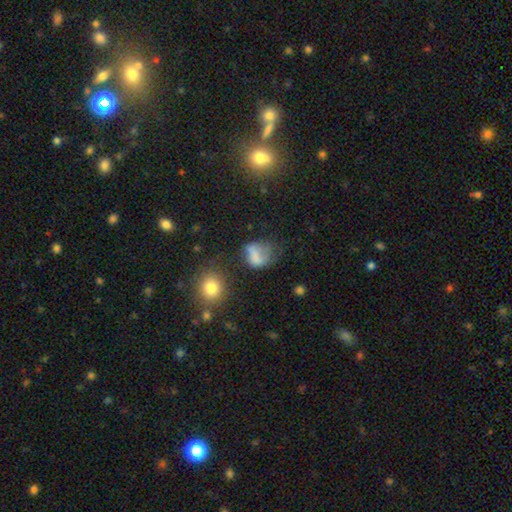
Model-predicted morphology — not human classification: smooth 59%, featured or disk 27%, star or artifact 14%. Down the decision tree: how rounded — in between (52%); merging — major disturbance (38%).